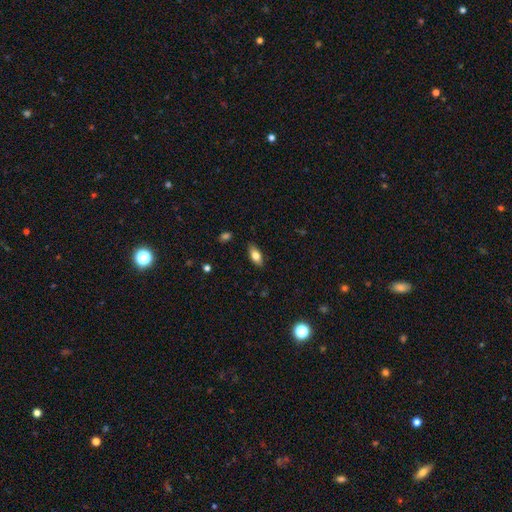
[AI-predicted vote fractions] This appears to be a smooth galaxy with no disk features (75%) that is in between round and cigar-shaped (85%). Merging: none (85%).